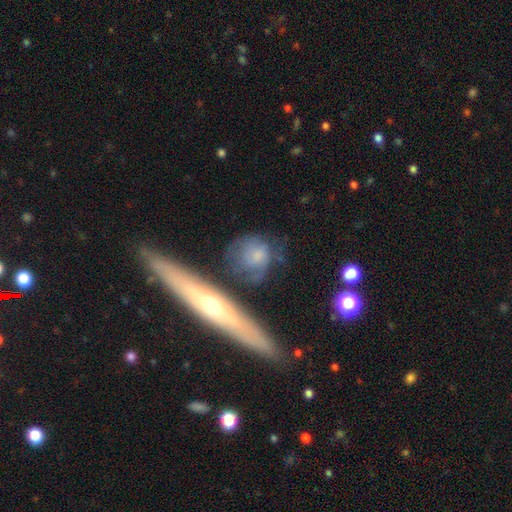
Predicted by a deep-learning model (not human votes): A smooth galaxy with no disk features (51%) that is round (59%).

Vote fractions:
- Smooth or featured? smooth: 51% / featured or disk: 40% / star or artifact: 9%
- How rounded? round: 59% / in between: 31% / cigar-shaped: 10%
- Merging? none: 54% / minor disturbance: 23% / major disturbance: 13% / merger: 9%